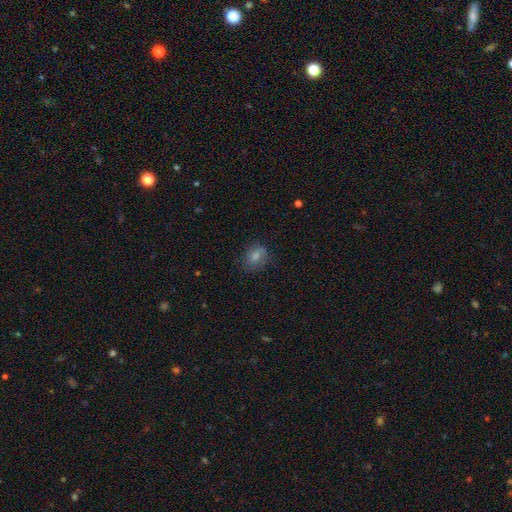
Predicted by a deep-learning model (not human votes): Q: Smooth or featured?
A: smooth (74%); runner-up: featured or disk (15%)
Q: How rounded?
A: in between (69%); runner-up: round (29%)
Q: Merging?
A: none (65%); runner-up: minor disturbance (24%)